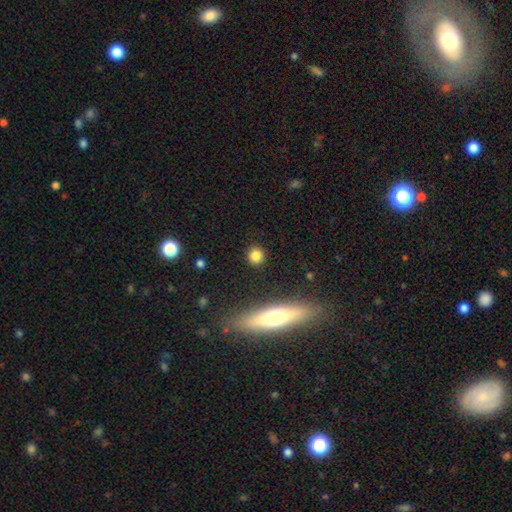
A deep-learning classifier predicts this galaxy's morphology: Overall: smooth (83%). How rounded: round (87%). Merging: none (90%).